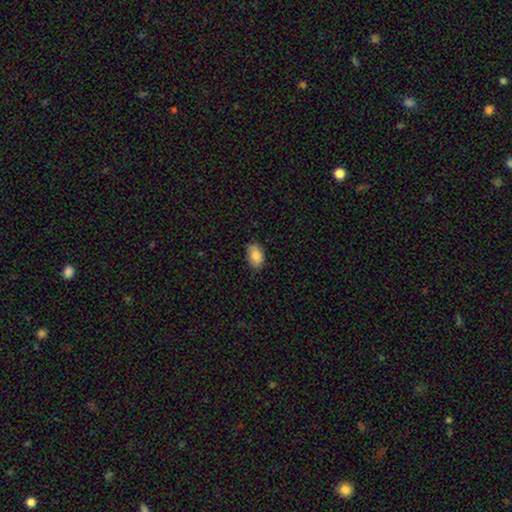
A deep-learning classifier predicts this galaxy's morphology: smooth-or-featured: smooth: 86% | star or artifact: 7% | featured or disk: 7%
  how-rounded: in between: 89% | round: 10% | cigar-shaped: 1%
  merging: none: 82% | minor disturbance: 15% | major disturbance: 2% | merger: 1%